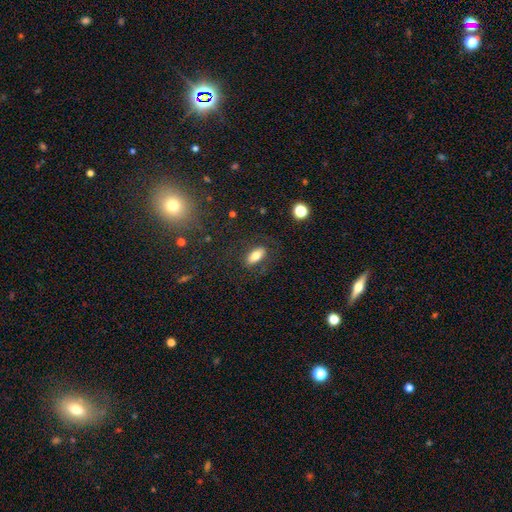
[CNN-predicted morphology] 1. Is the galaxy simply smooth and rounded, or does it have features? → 75% smooth, 15% featured or disk, 9% star or artifact.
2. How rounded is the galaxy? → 84% in between, 12% cigar-shaped, 4% round.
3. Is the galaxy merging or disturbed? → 82% none, 12% minor disturbance, 5% major disturbance, 1% merger.